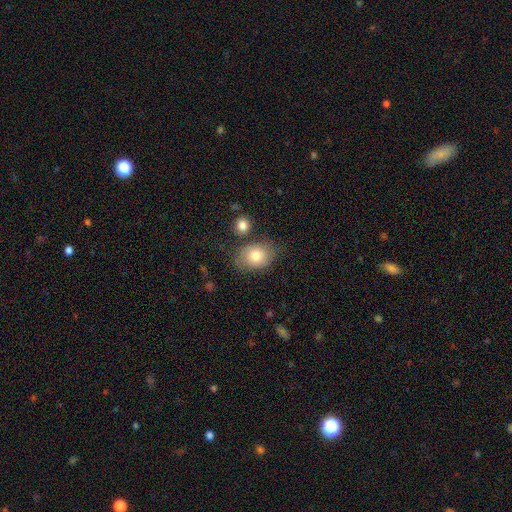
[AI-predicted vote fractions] Smooth or featured? smooth (78%)
How rounded? in between (68%)
Merging? none (67%)